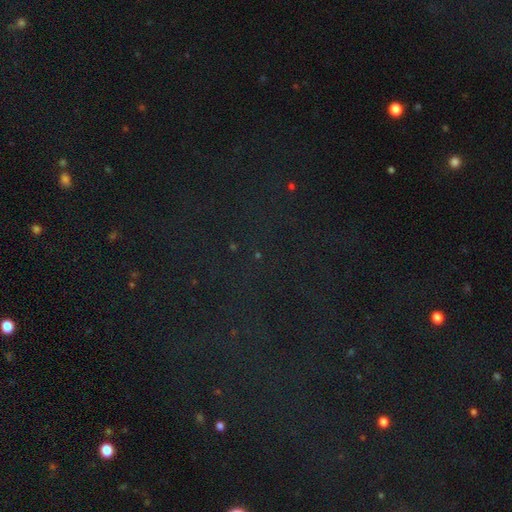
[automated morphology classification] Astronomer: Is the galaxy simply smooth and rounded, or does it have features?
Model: star or artifact — 78%.